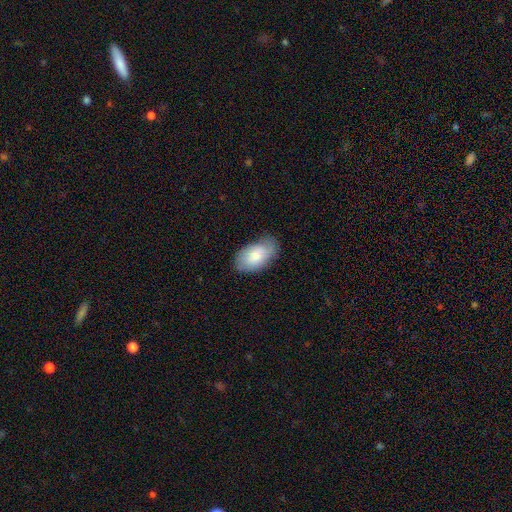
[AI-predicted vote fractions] A smooth galaxy with no disk features (74%) that is in between round and cigar-shaped (94%). Merging: none (73%).